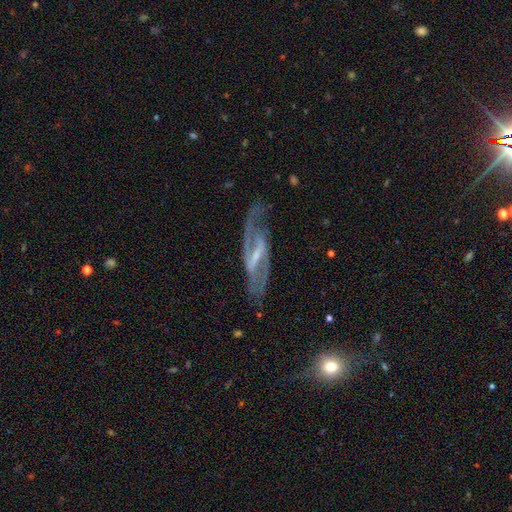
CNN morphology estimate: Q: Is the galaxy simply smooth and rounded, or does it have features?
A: featured or disk — 88%.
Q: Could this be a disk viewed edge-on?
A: no — 87%.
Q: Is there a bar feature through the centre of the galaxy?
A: strong — 64%.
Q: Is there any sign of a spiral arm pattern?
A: yes — 94%.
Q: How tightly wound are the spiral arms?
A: medium — 51%.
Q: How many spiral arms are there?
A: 2 — 90%.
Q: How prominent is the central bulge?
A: small — 60%.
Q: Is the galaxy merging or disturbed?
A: none — 75%.